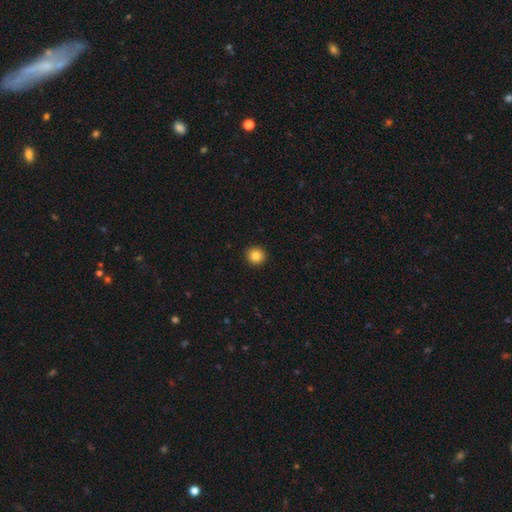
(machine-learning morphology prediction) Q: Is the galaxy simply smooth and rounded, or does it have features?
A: smooth — 85%.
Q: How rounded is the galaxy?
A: round — 94%.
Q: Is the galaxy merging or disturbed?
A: none — 94%.